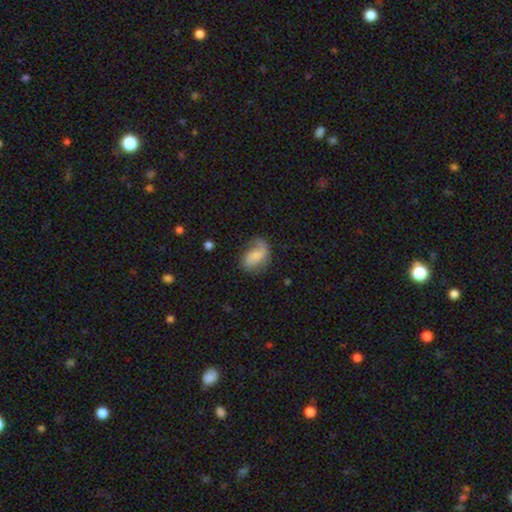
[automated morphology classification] Smooth or featured? featured or disk (53%)
Edge-on disk? no (97%)
Bar? no (49%)
Spiral arms? yes (88%)
Bulge size? none (39%)
Merging? none (52%)